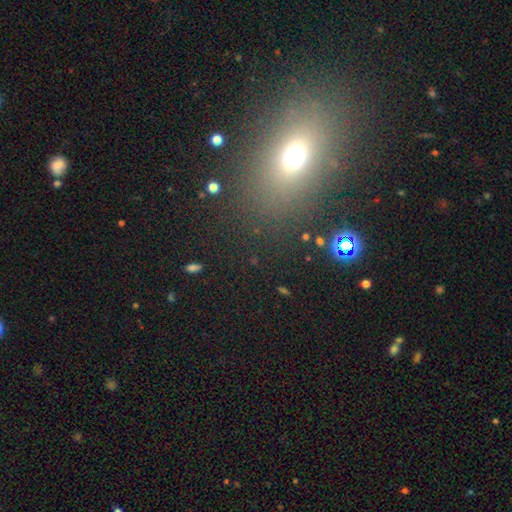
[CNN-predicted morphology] This appears to be a smooth galaxy with no disk features (57%) that is in between round and cigar-shaped (68%). Merging: none (85%).